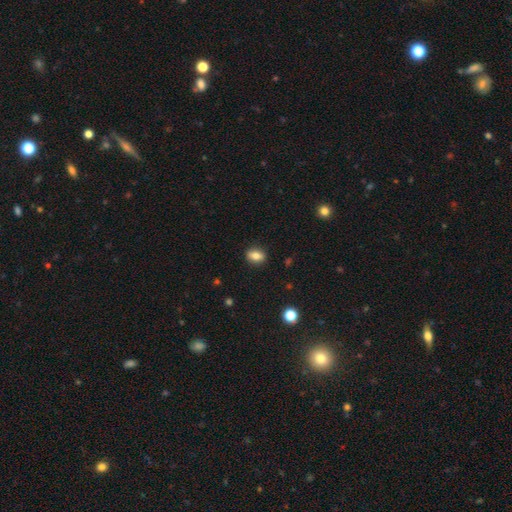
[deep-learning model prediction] Q: Smooth or featured?
A: smooth (79%); runner-up: featured or disk (12%)
Q: How rounded?
A: in between (70%); runner-up: round (27%)
Q: Merging?
A: none (87%); runner-up: minor disturbance (10%)